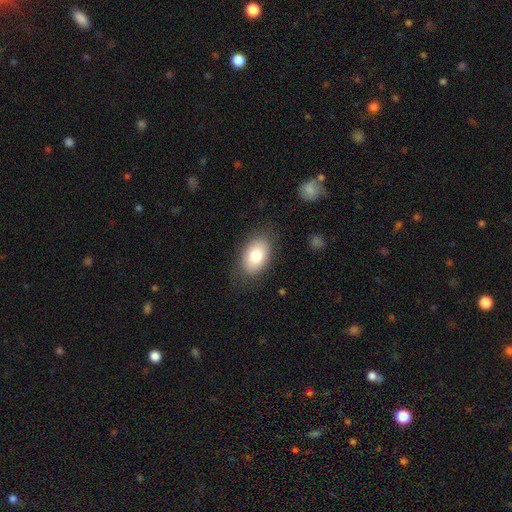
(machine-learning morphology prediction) type=smooth (78%); roundness=in between (88%); merging=none (81%).